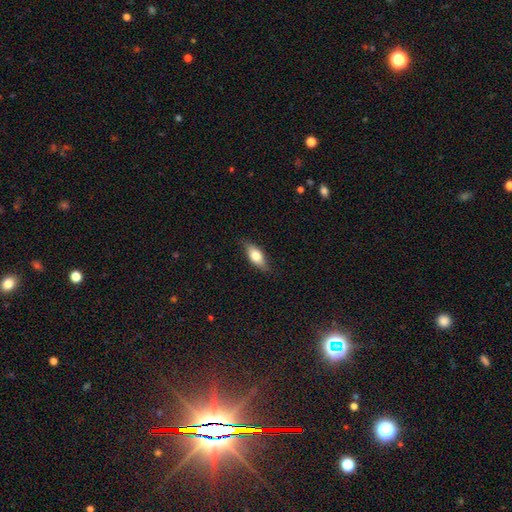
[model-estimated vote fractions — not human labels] This appears to be a smooth galaxy with no disk features (66%) that is in between round and cigar-shaped (77%). Merging: none (81%).